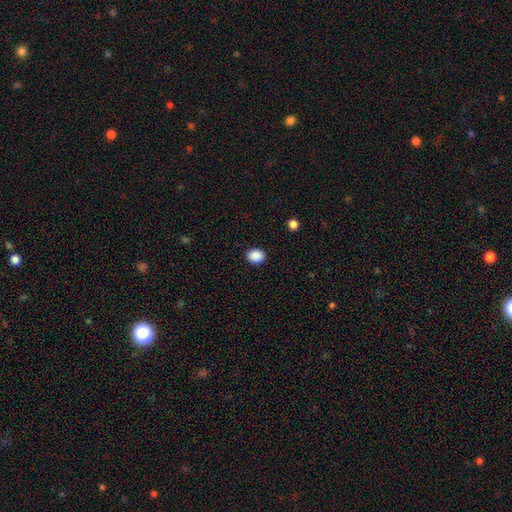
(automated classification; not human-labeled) A smooth galaxy with no disk features (89%) that is round (54%).

Vote fractions:
- Smooth or featured? smooth: 89% / star or artifact: 9% / featured or disk: 2%
- How rounded? round: 54% / in between: 45% / cigar-shaped: 1%
- Merging? none: 91% / minor disturbance: 6% / major disturbance: 2% / merger: 1%